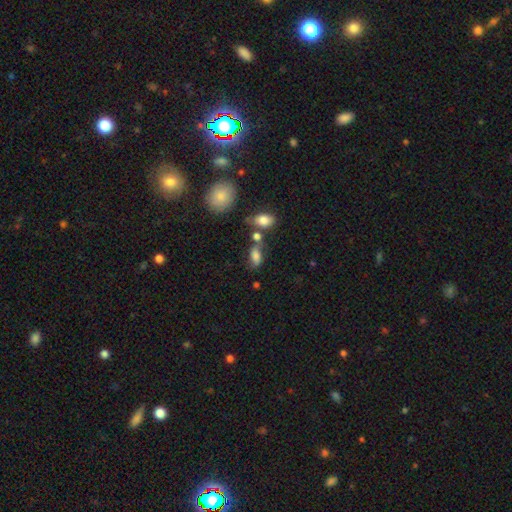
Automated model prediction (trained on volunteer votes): A smooth galaxy with no disk features (74%) that is in between round and cigar-shaped (85%).

Vote fractions:
- Smooth or featured? smooth: 74% / featured or disk: 15% / star or artifact: 12%
- How rounded? in between: 85% / round: 8% / cigar-shaped: 7%
- Merging? none: 47% / merger: 23% / minor disturbance: 20% / major disturbance: 10%